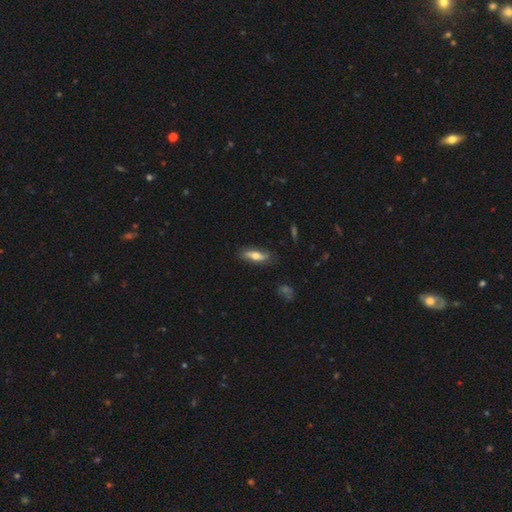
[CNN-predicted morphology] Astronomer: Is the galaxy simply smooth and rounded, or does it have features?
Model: smooth — 56% (runner-up: featured or disk, 38%).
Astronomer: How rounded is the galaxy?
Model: in between — 53% (runner-up: cigar-shaped, 44%).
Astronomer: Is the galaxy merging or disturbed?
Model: none — 79%.